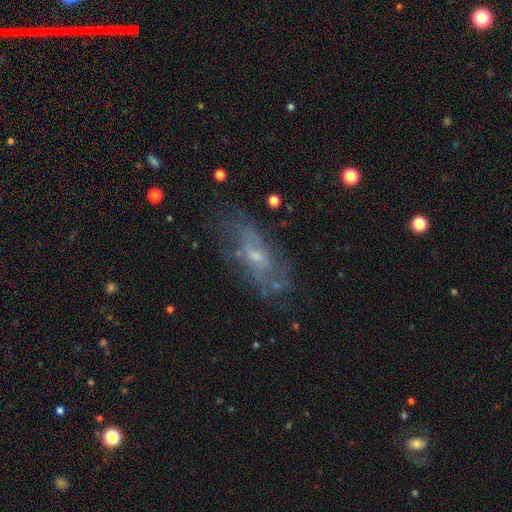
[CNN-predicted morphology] Smooth or featured? featured or disk (59%)
Edge-on disk? no (84%)
Merging? none (63%)